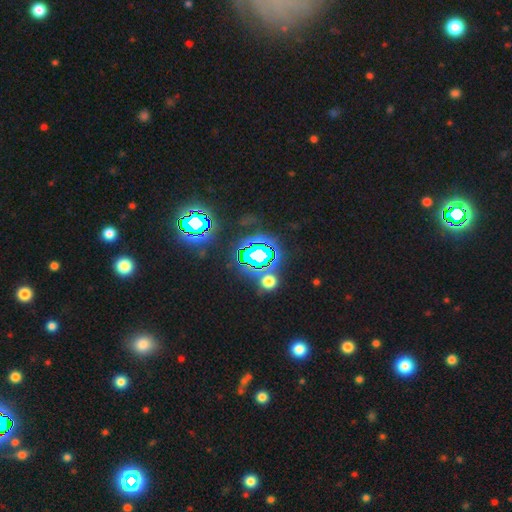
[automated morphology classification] This appears to be a star or artifact, not a galaxy (77%).